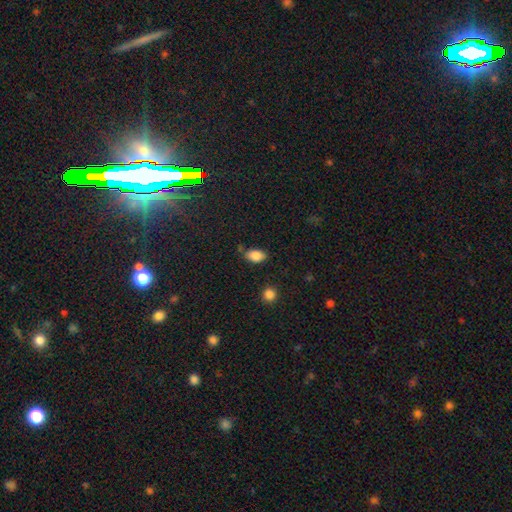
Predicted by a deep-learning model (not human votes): Overall: smooth (85%). How rounded: in between (88%). Merging: none (72%).